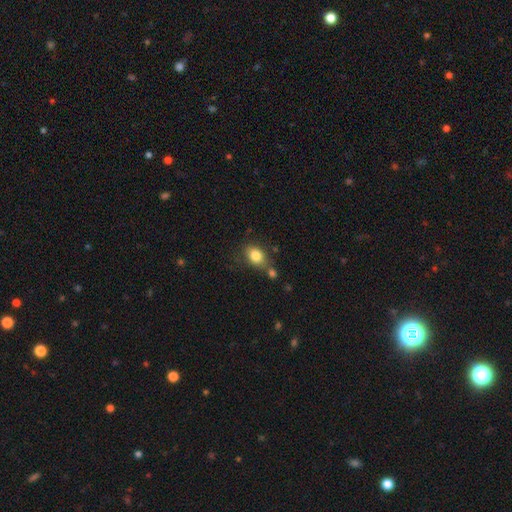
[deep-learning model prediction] Q: Smooth or featured?
A: smooth (82%); runner-up: featured or disk (9%)
Q: How rounded?
A: in between (74%); runner-up: round (24%)
Q: Merging?
A: none (58%); runner-up: minor disturbance (18%)